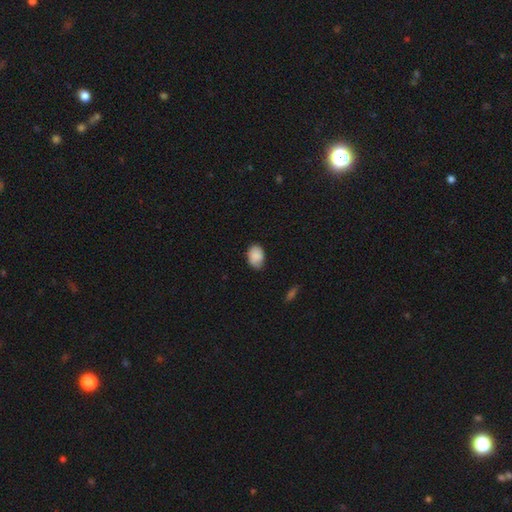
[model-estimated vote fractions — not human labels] The model was most divided on "merging": none: 74%, minor disturbance: 22%, major disturbance: 3%, merger: 1%. More confident: smooth or featured — smooth (87%); how rounded — in between (81%).